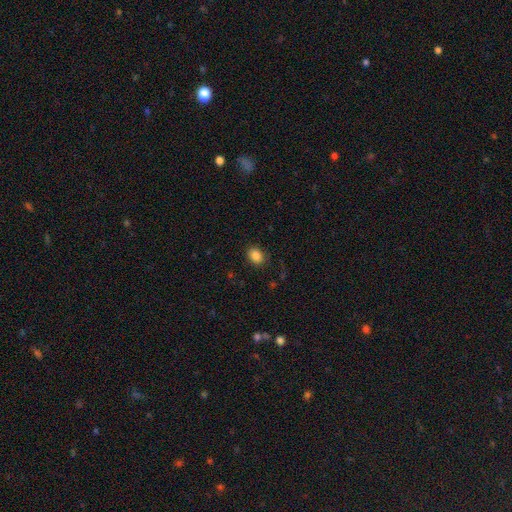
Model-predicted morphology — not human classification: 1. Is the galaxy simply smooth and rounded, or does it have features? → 86% smooth, 10% star or artifact, 5% featured or disk.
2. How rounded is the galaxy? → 64% in between, 35% round, 1% cigar-shaped.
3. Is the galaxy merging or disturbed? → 86% none, 10% minor disturbance, 3% major disturbance, 1% merger.